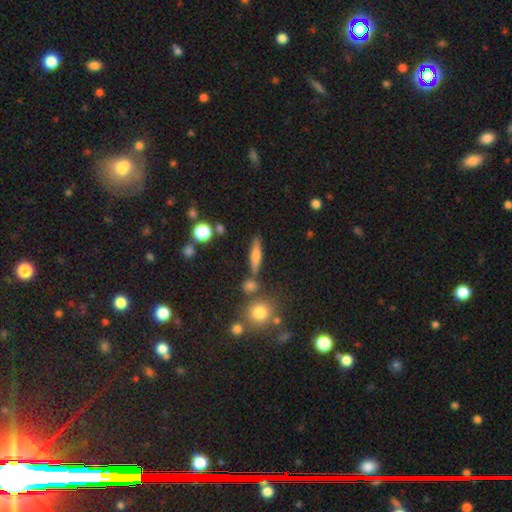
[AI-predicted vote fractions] A smooth galaxy with no disk features (51%) that is cigar-shaped (74%). Merging: none (78%).